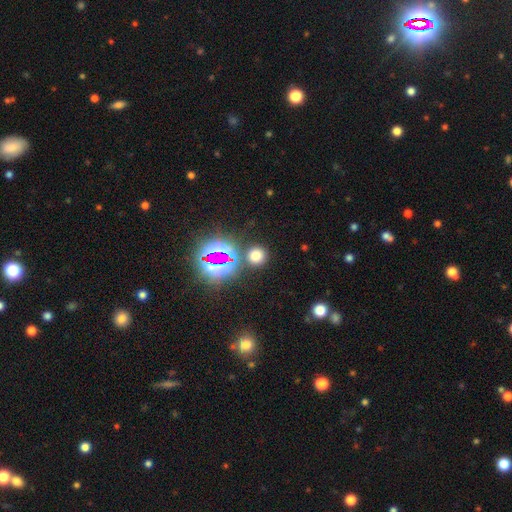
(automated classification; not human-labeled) The model was most divided on "smooth or featured": smooth: 64%, star or artifact: 29%, featured or disk: 7%. More confident: how rounded — round (89%); merging — none (83%).